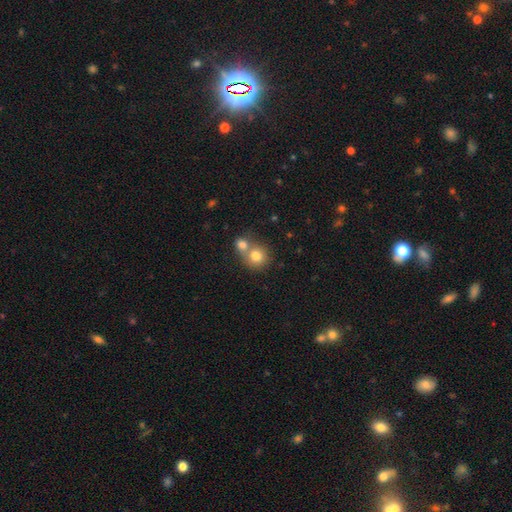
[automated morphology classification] type=smooth (77%); roundness=round (82%); merging=merger (57%).